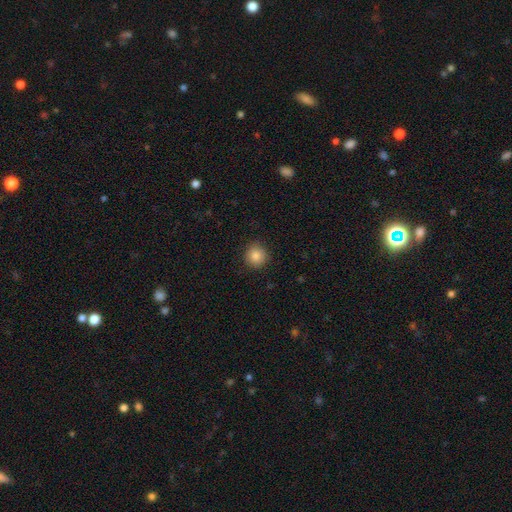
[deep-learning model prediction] This is clearly a smooth galaxy (85%). How rounded: clearly round (93%). Merging: clearly none (90%).